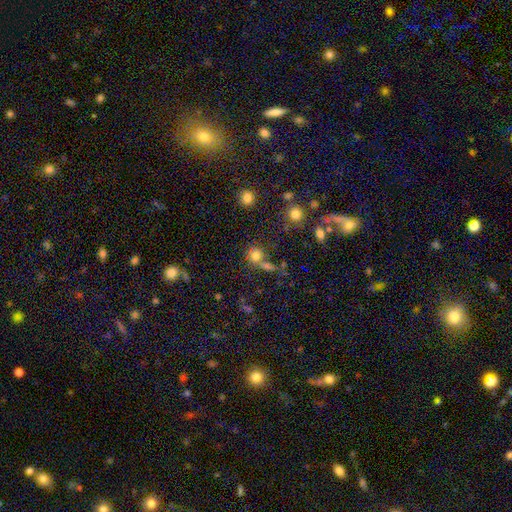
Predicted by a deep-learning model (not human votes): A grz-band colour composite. It shows a smooth galaxy with no disk features (77%) that is round (85%). Merging: none (56%).